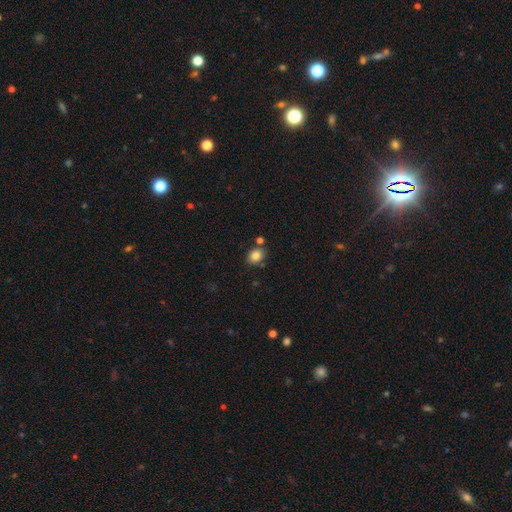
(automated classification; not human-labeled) Q: Smooth or featured?
A: smooth (83%); runner-up: star or artifact (10%)
Q: How rounded?
A: in between (56%); runner-up: round (43%)
Q: Merging?
A: none (76%); runner-up: minor disturbance (12%)